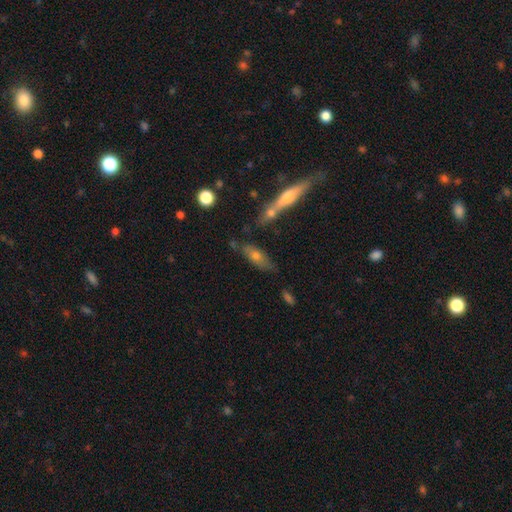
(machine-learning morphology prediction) smooth-or-featured: smooth: 55% | featured or disk: 34% | star or artifact: 10%
  how-rounded: in between: 58% | cigar-shaped: 38% | round: 4%
  merging: none: 61% | minor disturbance: 18% | merger: 15% | major disturbance: 6%